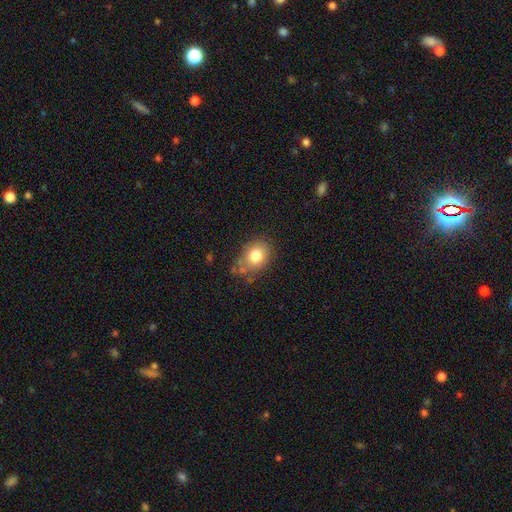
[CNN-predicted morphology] Smooth or featured: smooth — 80% (featured or disk — 10%)
How rounded: in between — 52% (round — 47%)
Merging: none — 65% (minor disturbance — 22%)